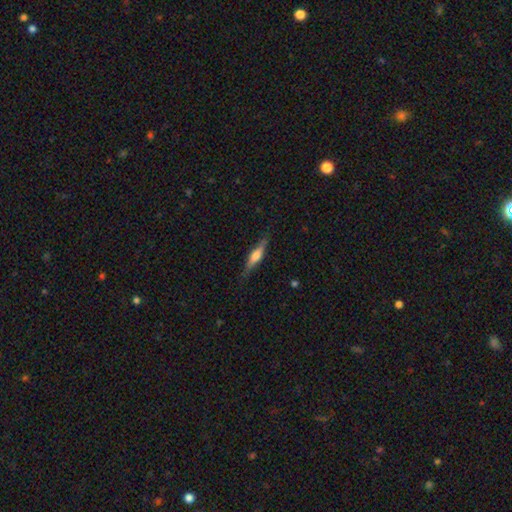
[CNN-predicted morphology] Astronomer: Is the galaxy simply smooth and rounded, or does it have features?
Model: featured or disk — 59%.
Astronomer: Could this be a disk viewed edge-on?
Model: yes — 96%.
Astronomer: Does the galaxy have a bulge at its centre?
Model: rounded — 80%.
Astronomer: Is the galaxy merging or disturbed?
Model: none — 83%.